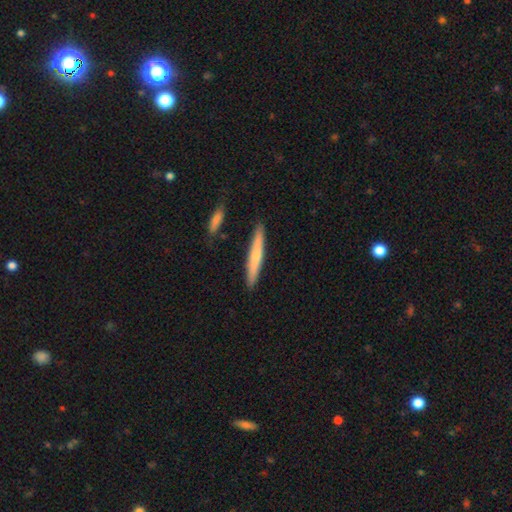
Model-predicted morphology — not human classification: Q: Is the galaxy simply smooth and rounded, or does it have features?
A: smooth — 65%.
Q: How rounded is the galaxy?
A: cigar-shaped — 95%.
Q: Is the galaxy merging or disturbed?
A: none — 88%.